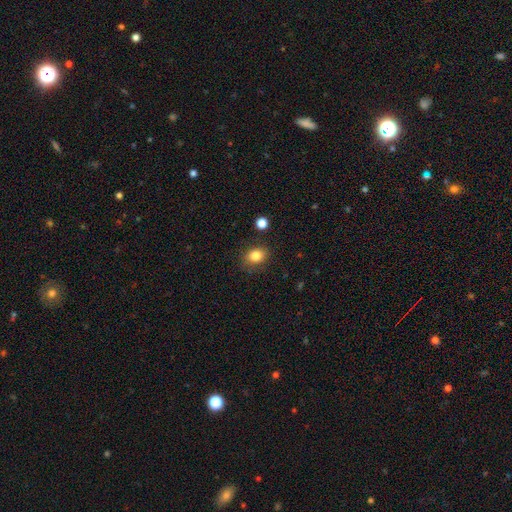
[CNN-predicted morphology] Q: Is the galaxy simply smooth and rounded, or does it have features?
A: smooth — 83%.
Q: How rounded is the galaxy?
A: in between — 55%.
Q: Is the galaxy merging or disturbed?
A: none — 82%.